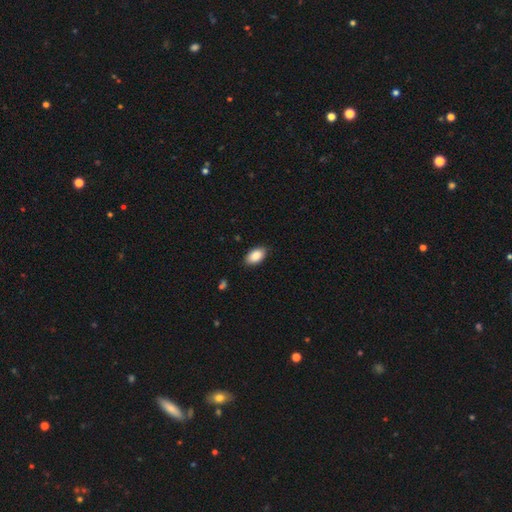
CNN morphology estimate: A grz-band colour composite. It shows a smooth galaxy with no disk features (88%) that is in between round and cigar-shaped (94%). Merging: none (86%).